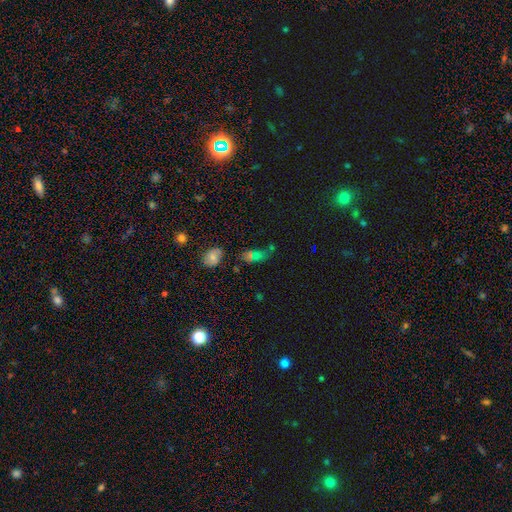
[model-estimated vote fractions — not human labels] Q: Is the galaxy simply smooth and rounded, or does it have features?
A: smooth — 56%.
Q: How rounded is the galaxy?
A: in between — 76%.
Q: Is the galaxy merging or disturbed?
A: none — 43%.